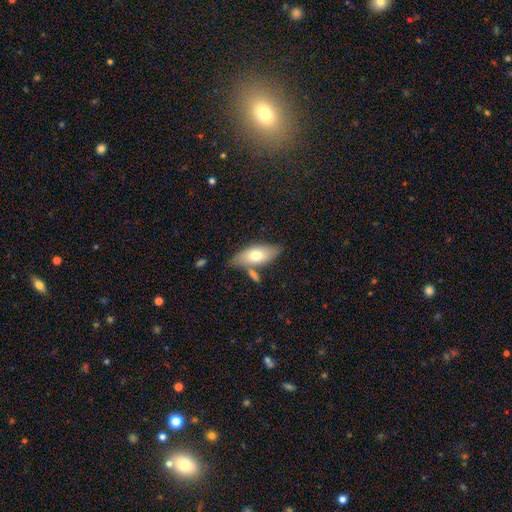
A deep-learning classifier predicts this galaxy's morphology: A smooth galaxy with no disk features (68%) that is in between round and cigar-shaped (84%). Merging: none (64%).